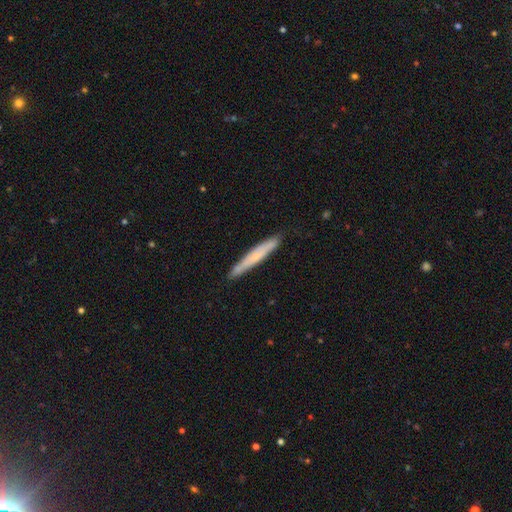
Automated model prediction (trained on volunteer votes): Morphology: type=smooth (49%); merging=none (84%).